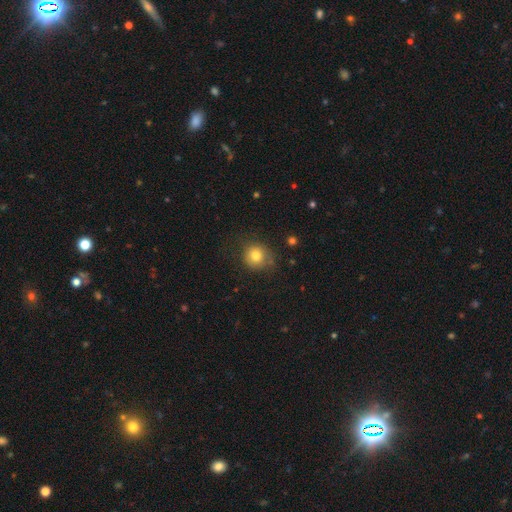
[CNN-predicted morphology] Smooth or featured? Predicted: smooth (p=0.78). How rounded? Predicted: round (p=0.85). Merging? Predicted: none (p=0.68).